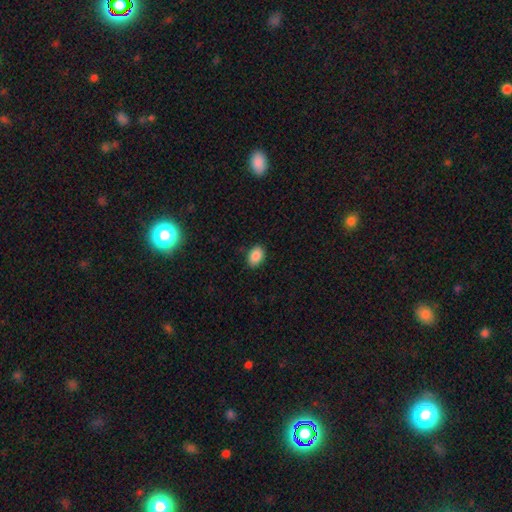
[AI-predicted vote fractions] This is clearly a smooth galaxy (87%). How rounded: clearly in between (83%). Merging: clearly none (87%).